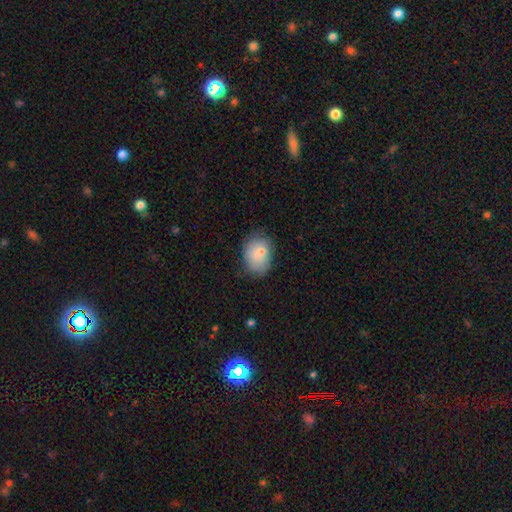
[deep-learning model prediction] Smooth or featured? smooth (79%)
How rounded? in between (73%)
Merging? none (65%)